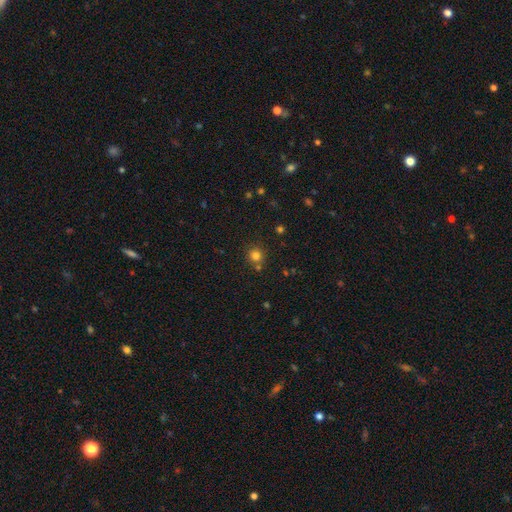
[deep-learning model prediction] smooth 78%, star or artifact 16%, featured or disk 6%. Down the decision tree: how rounded — round (91%); merging — none (77%).